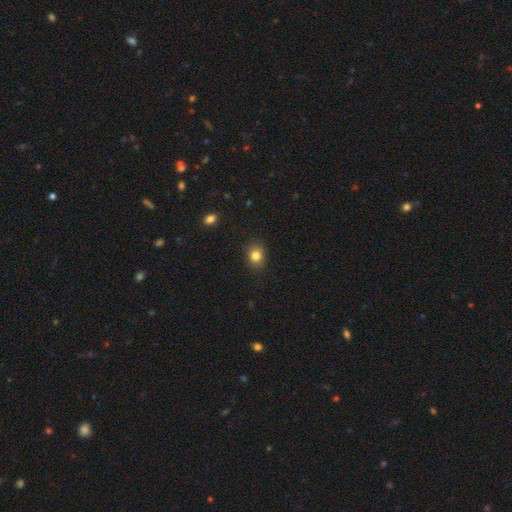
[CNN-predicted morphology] Smooth or featured?
  - smooth: 83% *
  - star or artifact: 11%
  - featured or disk: 6%
How rounded?
  - round: 61% *
  - in between: 38%
  - cigar-shaped: 1%
Merging?
  - none: 85% *
  - minor disturbance: 11%
  - major disturbance: 3%
  - merger: 1%